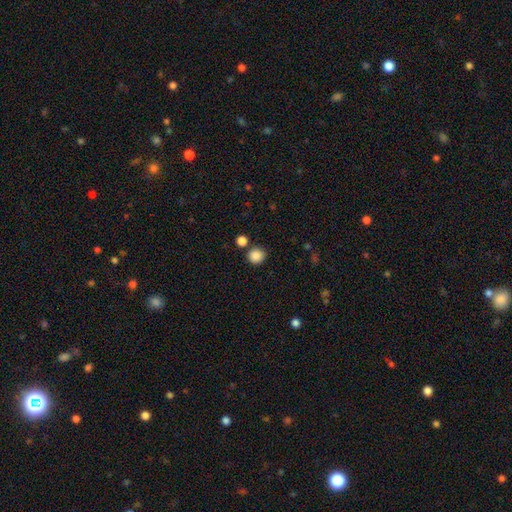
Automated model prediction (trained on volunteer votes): smooth_or_featured: smooth (p=0.87) [alt: star or artifact p=0.10]
how_rounded: round (p=0.87) [alt: in between p=0.12]
merging: none (p=0.80) [alt: merger p=0.09]